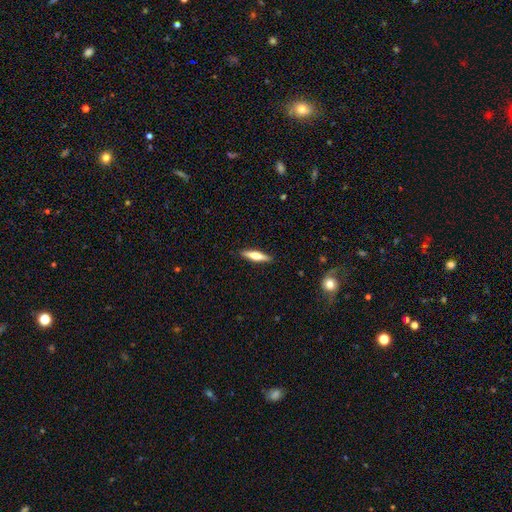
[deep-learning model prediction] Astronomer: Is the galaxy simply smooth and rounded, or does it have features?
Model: smooth — 50% (runner-up: featured or disk, 44%).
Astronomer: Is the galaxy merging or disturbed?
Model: none — 90%.